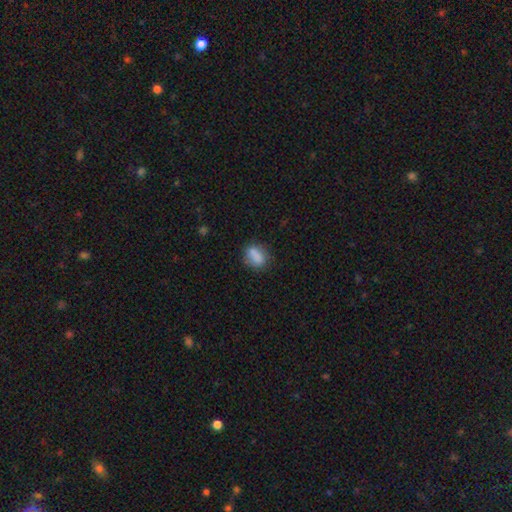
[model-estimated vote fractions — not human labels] Smooth or featured?
  - smooth: 82% *
  - star or artifact: 9%
  - featured or disk: 9%
How rounded?
  - in between: 68% *
  - round: 24%
  - cigar-shaped: 7%
Merging?
  - none: 71% *
  - minor disturbance: 19%
  - major disturbance: 6%
  - merger: 4%